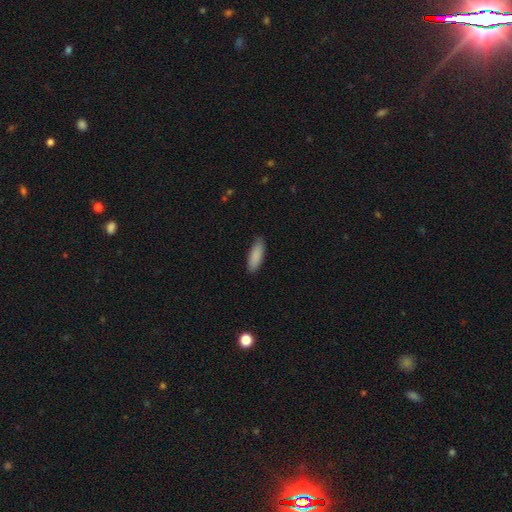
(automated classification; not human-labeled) Smooth or featured? Predicted: smooth (p=0.89). How rounded? Predicted: in between (p=0.55). Merging? Predicted: none (p=0.87).